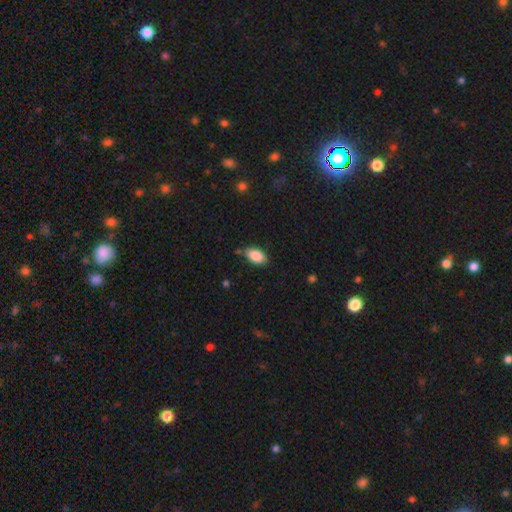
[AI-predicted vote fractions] Smooth or featured? smooth (87%)
How rounded? in between (93%)
Merging? none (73%)